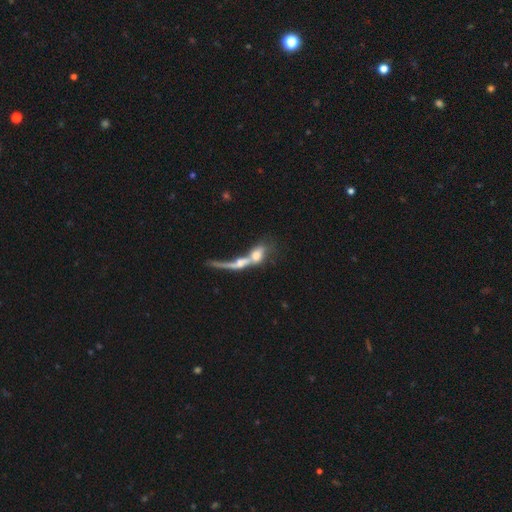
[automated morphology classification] This appears to be a featured or disk galaxy (47%). Merging: merger (62%).